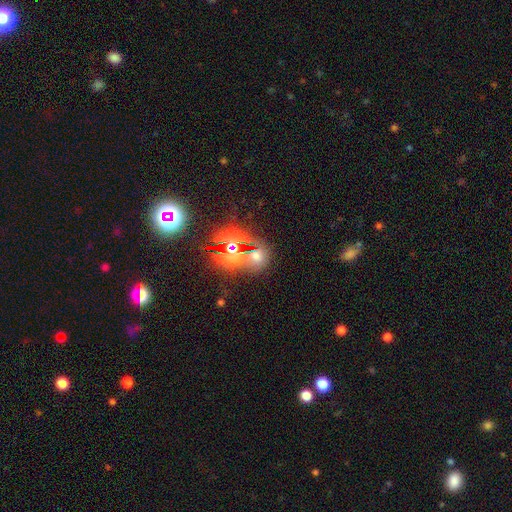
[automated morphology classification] smooth_or_featured: star or artifact (p=0.71) [alt: smooth p=0.19]